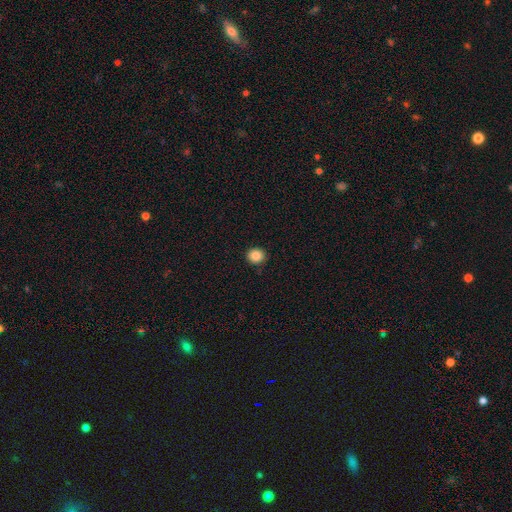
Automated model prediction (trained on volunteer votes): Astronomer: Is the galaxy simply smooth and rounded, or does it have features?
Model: smooth — 86%.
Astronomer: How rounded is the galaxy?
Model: round — 84%.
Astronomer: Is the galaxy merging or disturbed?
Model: none — 91%.